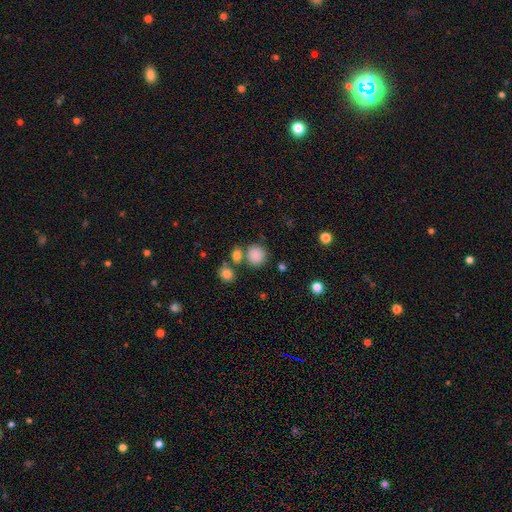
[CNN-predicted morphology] A smooth galaxy with no disk features (84%) that is round (86%).

Vote fractions:
- Smooth or featured? smooth: 84% / star or artifact: 11% / featured or disk: 5%
- How rounded? round: 86% / in between: 13% / cigar-shaped: 1%
- Merging? none: 69% / merger: 16% / minor disturbance: 11% / major disturbance: 4%